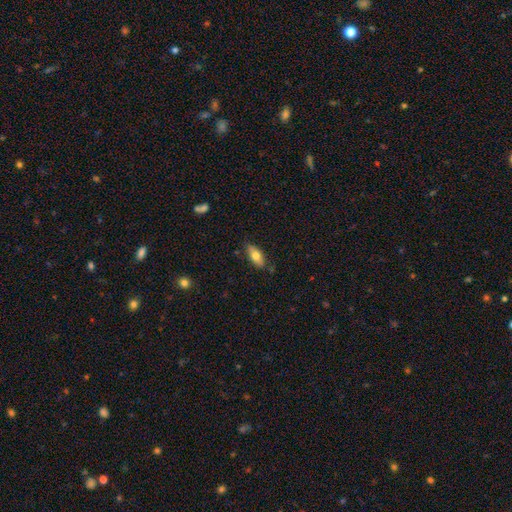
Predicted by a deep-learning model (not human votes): smooth-or-featured: smooth: 73% | featured or disk: 21% | star or artifact: 7%
  how-rounded: in between: 85% | cigar-shaped: 12% | round: 3%
  merging: none: 79% | minor disturbance: 17% | major disturbance: 3% | merger: 2%